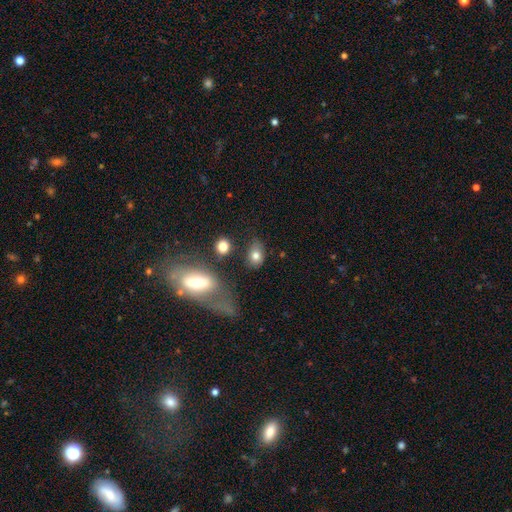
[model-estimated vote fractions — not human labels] Q: Smooth or featured?
A: smooth (78%); runner-up: featured or disk (12%)
Q: How rounded?
A: in between (72%); runner-up: round (26%)
Q: Merging?
A: none (67%); runner-up: minor disturbance (17%)